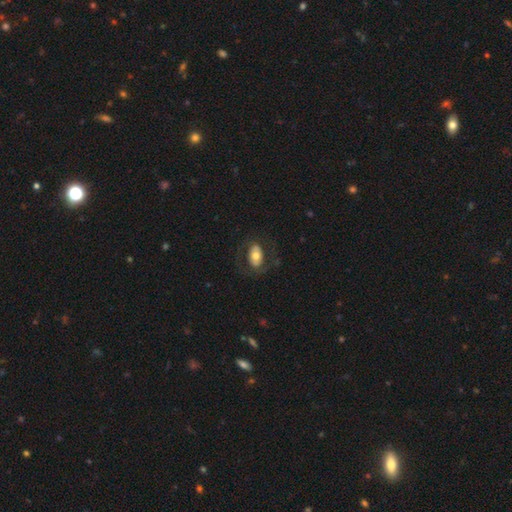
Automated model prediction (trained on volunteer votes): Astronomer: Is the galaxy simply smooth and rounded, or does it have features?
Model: smooth — 58% (runner-up: featured or disk, 35%).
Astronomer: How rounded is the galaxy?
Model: in between — 87%.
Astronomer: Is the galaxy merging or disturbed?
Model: none — 71%.